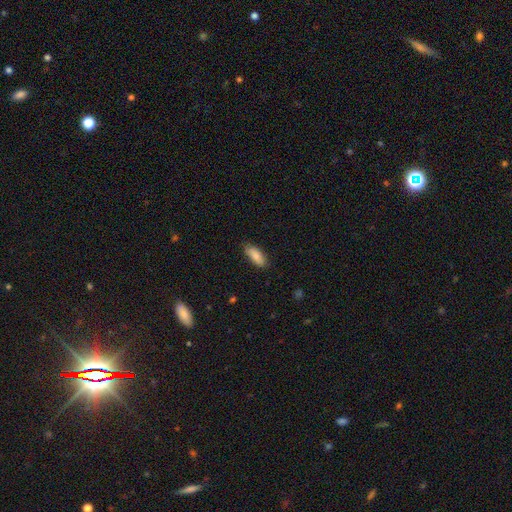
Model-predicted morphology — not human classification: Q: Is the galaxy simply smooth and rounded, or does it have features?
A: smooth — 85%.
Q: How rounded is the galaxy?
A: in between — 80%.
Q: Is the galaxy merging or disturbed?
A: none — 80%.